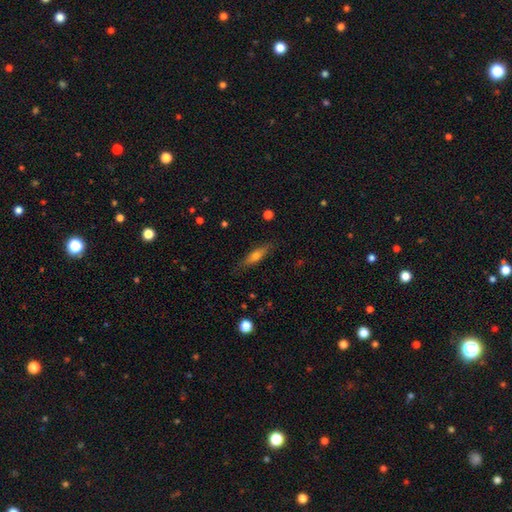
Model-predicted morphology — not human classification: A smooth galaxy with no disk features (57%) that is cigar-shaped (67%). Merging: none (83%).